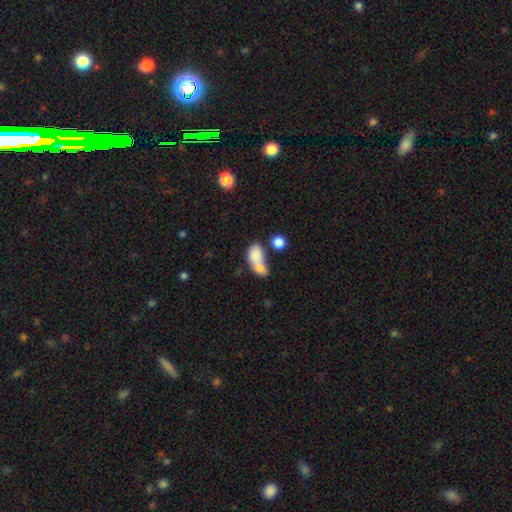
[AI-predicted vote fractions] Smooth or featured? Predicted: smooth (p=0.77). How rounded? Predicted: in between (p=0.75). Merging? Predicted: merger (p=0.67).